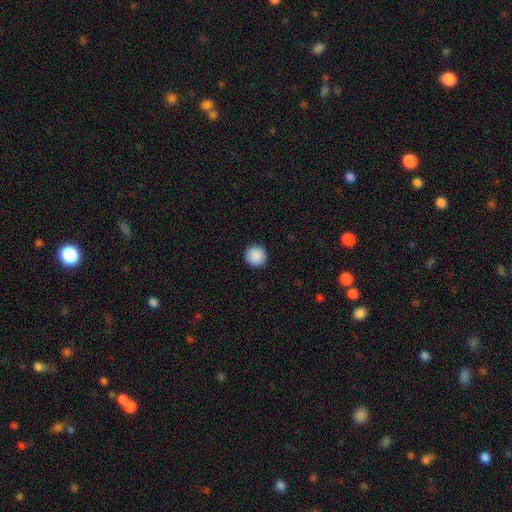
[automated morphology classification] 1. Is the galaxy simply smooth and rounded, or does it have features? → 90% smooth, 8% star or artifact, 2% featured or disk.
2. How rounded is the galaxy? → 96% round, 3% in between, 1% cigar-shaped.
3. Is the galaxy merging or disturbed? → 93% none, 4% minor disturbance, 2% major disturbance, 1% merger.